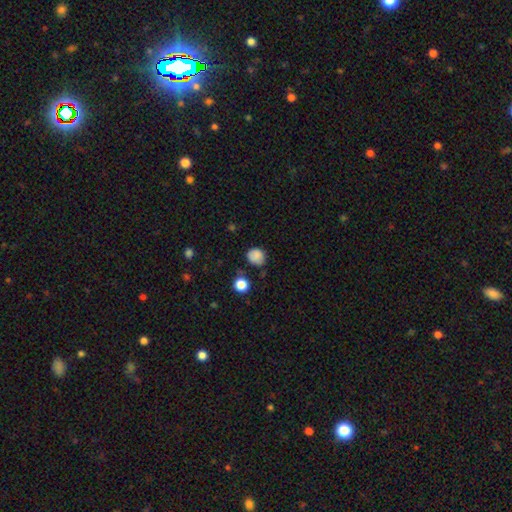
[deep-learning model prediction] A smooth galaxy with no disk features (83%) that is round (72%). Merging: none (66%).